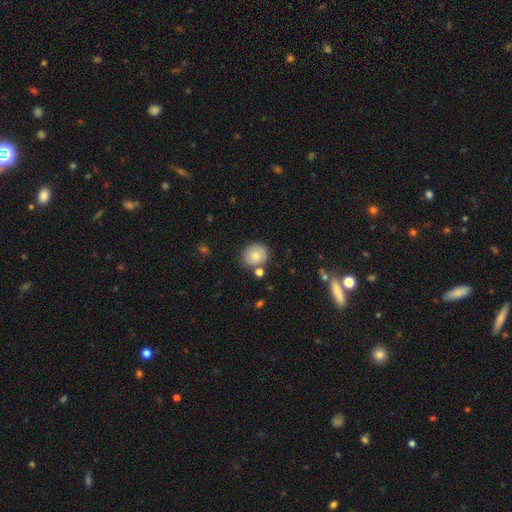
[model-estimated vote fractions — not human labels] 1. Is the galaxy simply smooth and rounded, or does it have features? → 69% smooth, 23% featured or disk, 8% star or artifact.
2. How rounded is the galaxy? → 85% round, 14% in between, 1% cigar-shaped.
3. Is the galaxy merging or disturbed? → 74% none, 14% minor disturbance, 8% merger, 4% major disturbance.